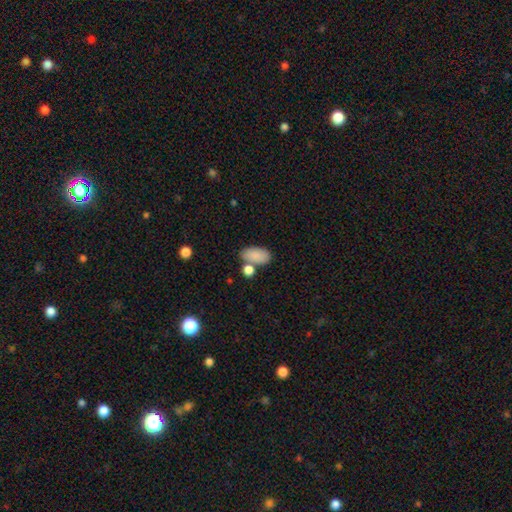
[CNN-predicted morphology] This appears to be a smooth galaxy with no disk features (85%) that is in between round and cigar-shaped (93%). Merging: none (63%).